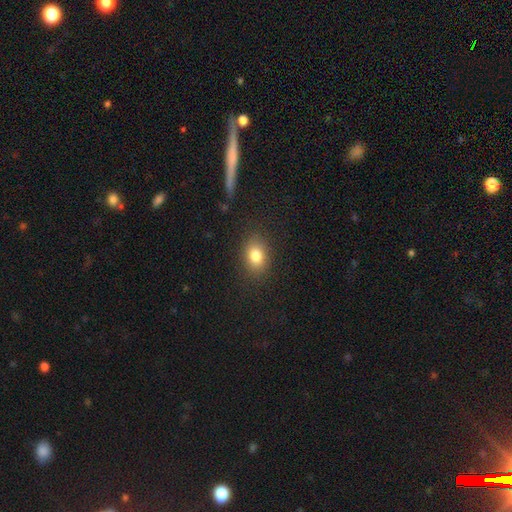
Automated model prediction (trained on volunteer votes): smooth-or-featured: smooth: 81% | star or artifact: 10% | featured or disk: 9%
  how-rounded: in between: 74% | round: 25% | cigar-shaped: 1%
  merging: none: 85% | minor disturbance: 11% | major disturbance: 4% | merger: 1%